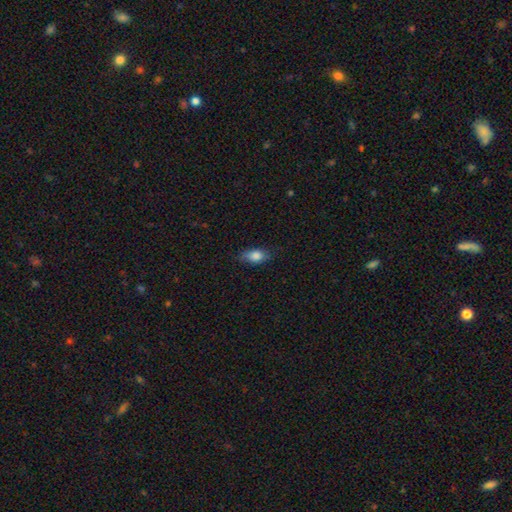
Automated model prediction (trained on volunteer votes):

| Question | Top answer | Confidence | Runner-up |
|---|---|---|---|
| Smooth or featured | smooth | 82% | featured or disk (10%) |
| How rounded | in between | 84% | round (9%) |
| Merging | none | 76% | minor disturbance (19%) |